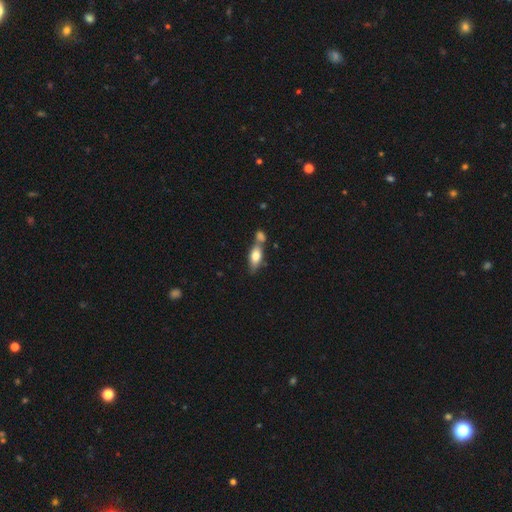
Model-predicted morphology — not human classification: Smooth or featured? smooth (69%)
How rounded? in between (76%)
Merging? merger (42%)